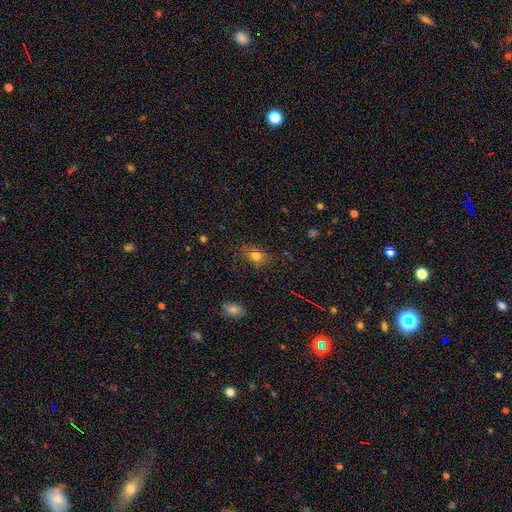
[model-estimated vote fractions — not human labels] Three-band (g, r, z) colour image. It shows a smooth galaxy with no disk features (75%) that is in between round and cigar-shaped (64%). Merging: none (74%).